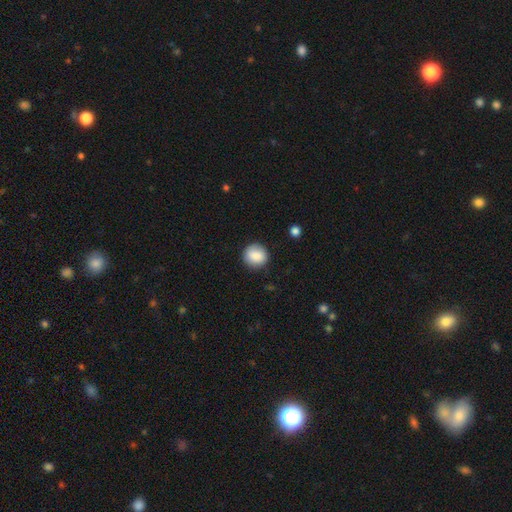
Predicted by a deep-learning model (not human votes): This is clearly a smooth galaxy (87%). How rounded: clearly round (88%). Merging: clearly none (87%).